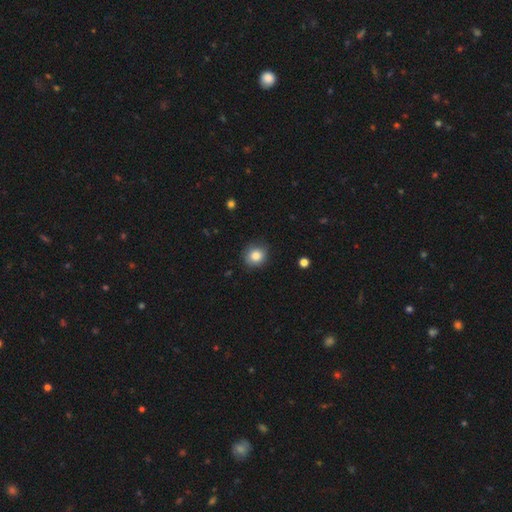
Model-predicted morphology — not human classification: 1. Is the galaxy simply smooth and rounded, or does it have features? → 85% smooth, 9% star or artifact, 6% featured or disk.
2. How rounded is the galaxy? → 83% round, 16% in between, 1% cigar-shaped.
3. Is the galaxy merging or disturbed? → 83% none, 13% minor disturbance, 3% major disturbance, 1% merger.